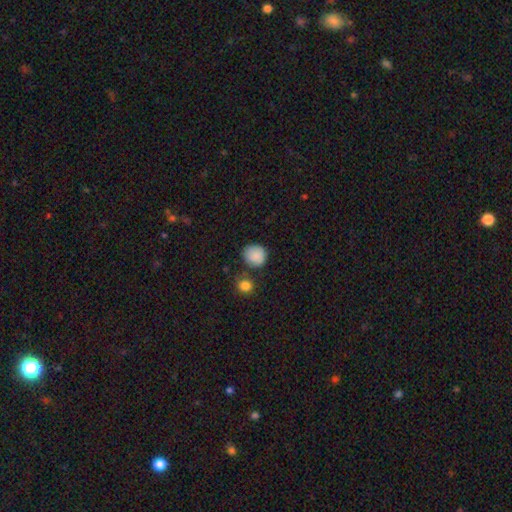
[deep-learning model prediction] smooth 87%, star or artifact 9%, featured or disk 4%. Down the decision tree: how rounded — round (84%); merging — none (73%).